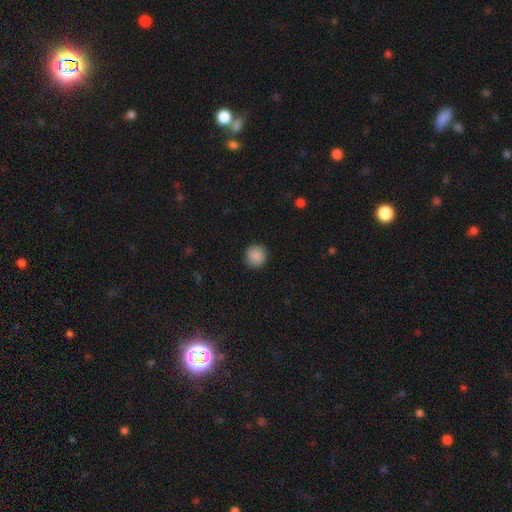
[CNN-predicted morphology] This appears to be a smooth galaxy with no disk features (89%) that is round (93%). Merging: none (90%).